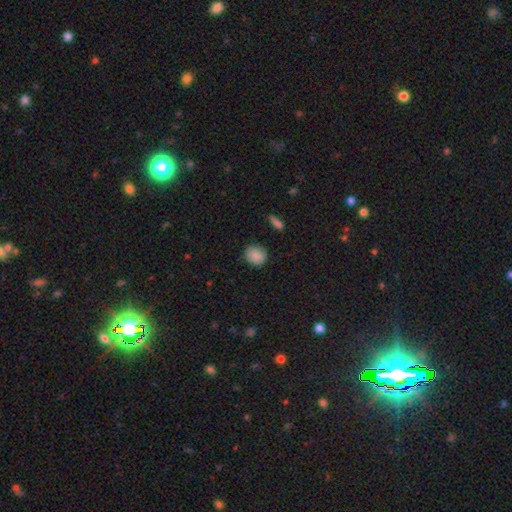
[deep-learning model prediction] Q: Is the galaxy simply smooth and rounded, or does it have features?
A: smooth — 87%.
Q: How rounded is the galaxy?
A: round — 72%.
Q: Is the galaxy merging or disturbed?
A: none — 83%.